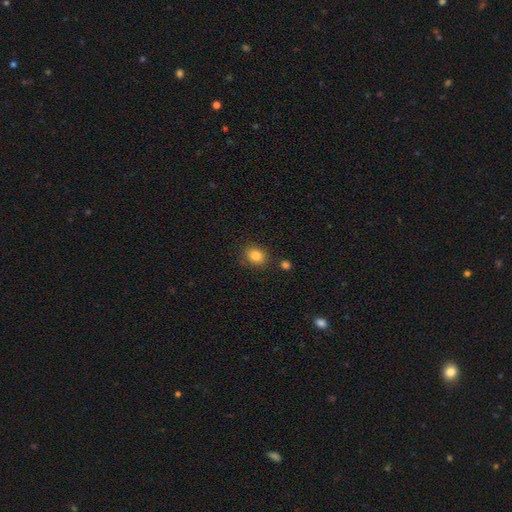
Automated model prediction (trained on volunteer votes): This is clearly a smooth galaxy (85%). How rounded: possibly round (54%). Merging: likely none (79%).